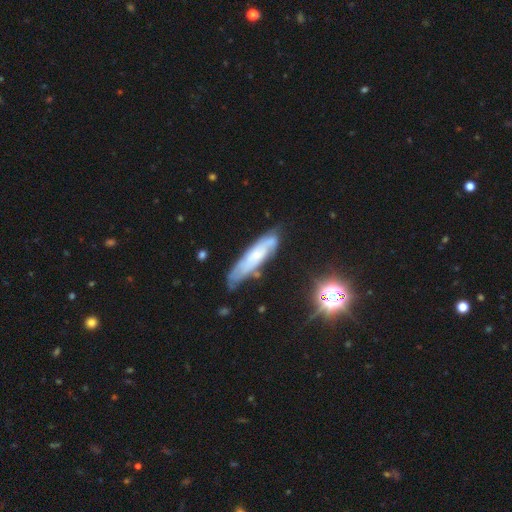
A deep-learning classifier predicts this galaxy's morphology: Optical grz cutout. It shows a featured or disk galaxy (63%). Merging: none (68%).